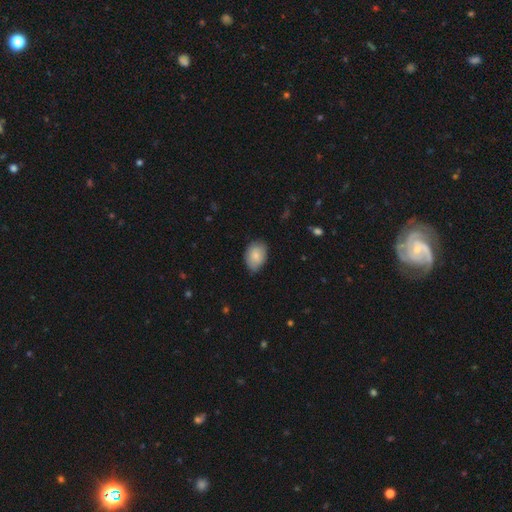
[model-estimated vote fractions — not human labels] This appears to be a smooth galaxy with no disk features (84%) that is in between round and cigar-shaped (83%). Merging: none (73%).